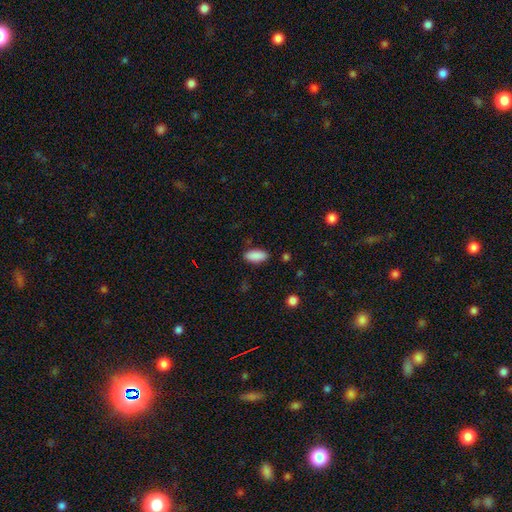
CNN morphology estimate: A smooth galaxy with no disk features (89%) that is in between round and cigar-shaped (83%). Merging: none (87%).